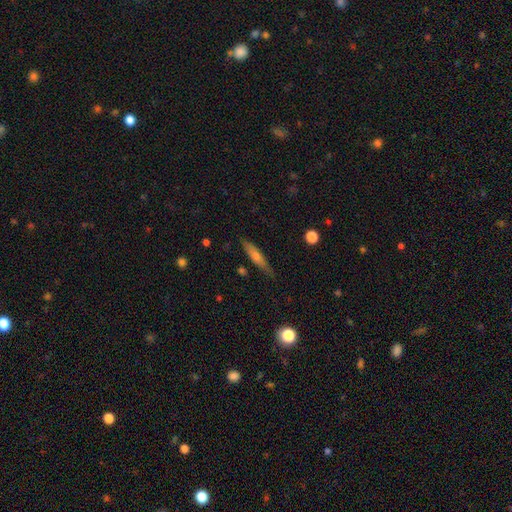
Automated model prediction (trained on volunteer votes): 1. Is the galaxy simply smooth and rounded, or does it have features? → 51% smooth, 41% featured or disk, 7% star or artifact.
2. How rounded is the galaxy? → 86% cigar-shaped, 12% in between, 2% round.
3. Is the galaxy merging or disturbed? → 81% none, 14% minor disturbance, 3% major disturbance, 2% merger.